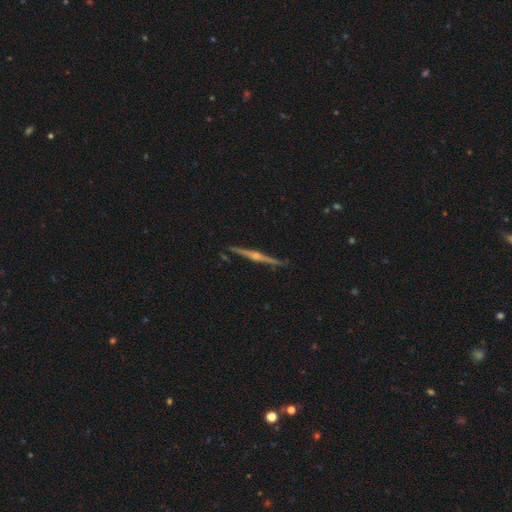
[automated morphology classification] featured or disk 86%, smooth 9%, star or artifact 5%. Down the decision tree: edge-on disk — yes (99%); edge-on bulge — rounded (90%); merging — none (91%).